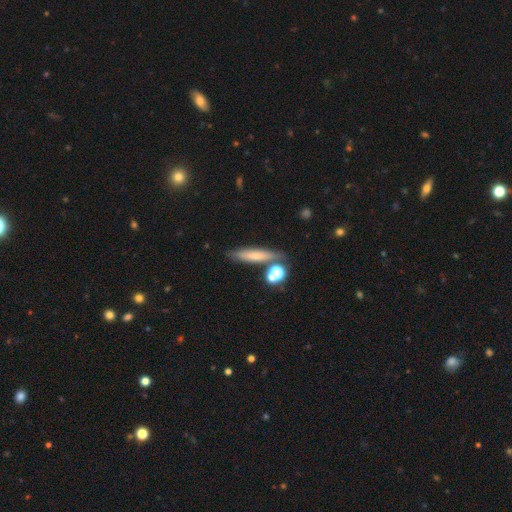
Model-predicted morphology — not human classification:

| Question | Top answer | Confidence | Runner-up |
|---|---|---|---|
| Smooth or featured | smooth | 61% | featured or disk (28%) |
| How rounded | cigar-shaped | 76% | in between (18%) |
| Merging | none | 71% | minor disturbance (13%) |